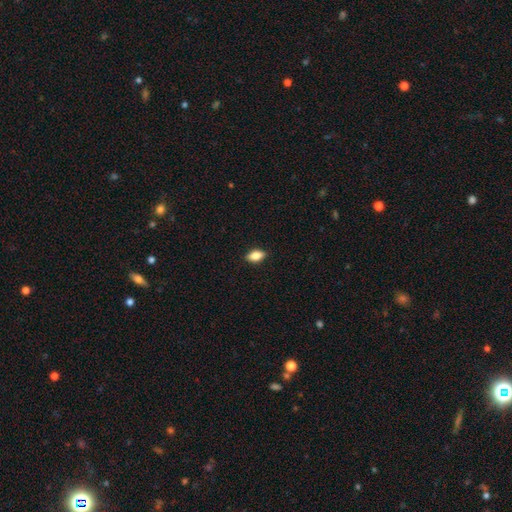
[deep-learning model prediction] This appears to be a smooth galaxy with no disk features (83%) that is in between round and cigar-shaped (89%). Merging: none (89%).